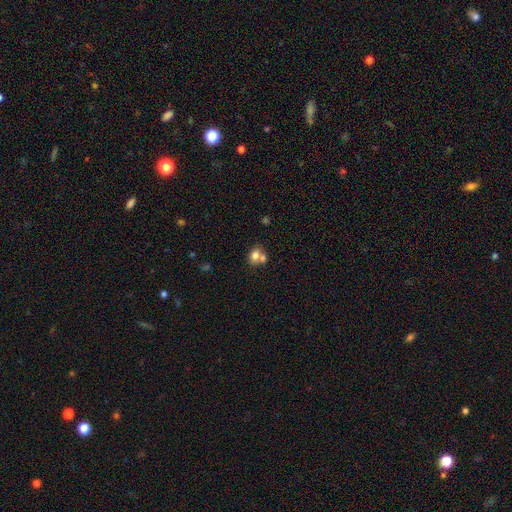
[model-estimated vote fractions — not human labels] This is likely a smooth galaxy (75%). How rounded: possibly round (56%). Merging: possibly merger (49%).